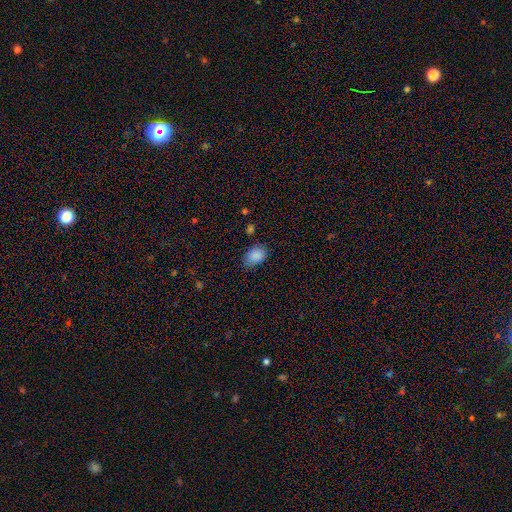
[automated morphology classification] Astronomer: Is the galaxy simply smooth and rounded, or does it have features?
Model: smooth — 88%.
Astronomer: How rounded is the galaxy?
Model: in between — 78%.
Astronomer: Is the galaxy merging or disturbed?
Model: none — 77%.